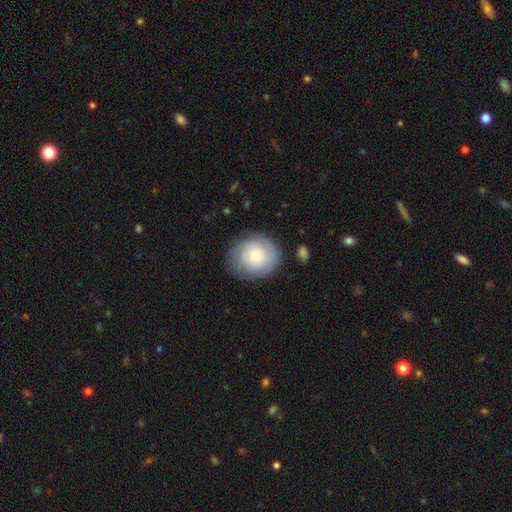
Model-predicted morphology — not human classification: smooth_or_featured: smooth (p=0.60) [alt: featured or disk p=0.33]
how_rounded: round (p=0.81) [alt: in between p=0.18]
merging: none (p=0.79) [alt: minor disturbance p=0.15]